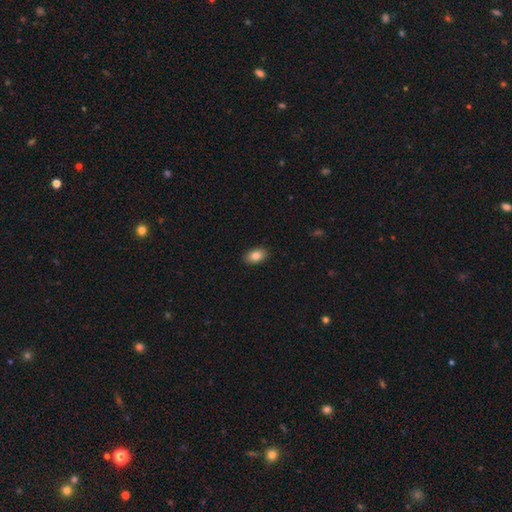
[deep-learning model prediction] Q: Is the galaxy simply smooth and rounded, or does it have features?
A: smooth — 84%.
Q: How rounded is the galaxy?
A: in between — 89%.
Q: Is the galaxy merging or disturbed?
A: none — 90%.